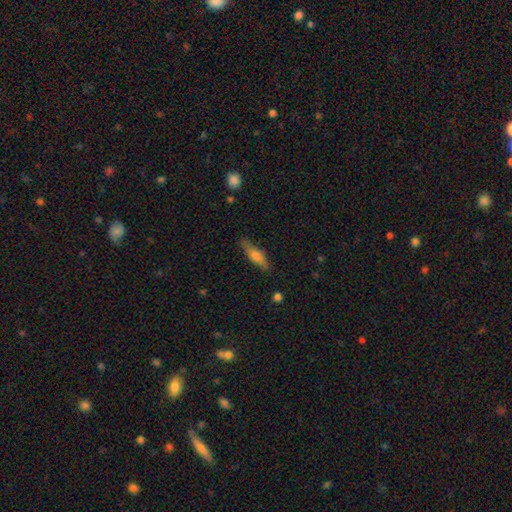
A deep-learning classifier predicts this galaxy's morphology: This appears to be a smooth galaxy with no disk features (53%) that is cigar-shaped (68%). Merging: none (83%).